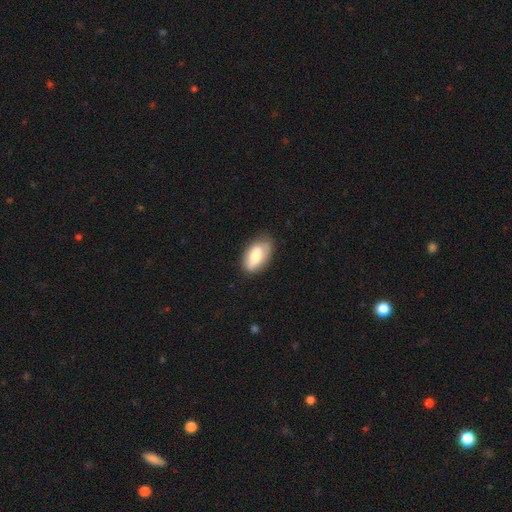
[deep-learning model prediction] Overall: smooth (71%). How rounded: in between (92%). Merging: none (72%).